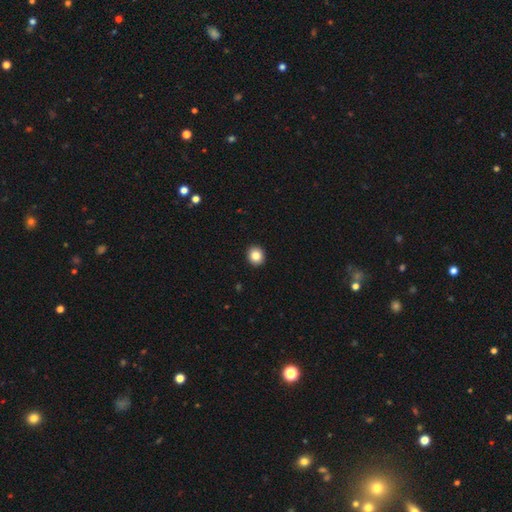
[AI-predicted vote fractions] A smooth galaxy with no disk features (86%) that is round (84%).

Vote fractions:
- Smooth or featured? smooth: 86% / star or artifact: 9% / featured or disk: 5%
- How rounded? round: 84% / in between: 15% / cigar-shaped: 1%
- Merging? none: 93% / minor disturbance: 4% / major disturbance: 1% / merger: 1%